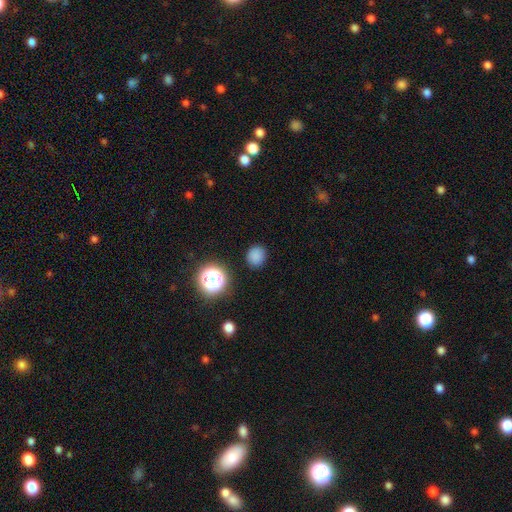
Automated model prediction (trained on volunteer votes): smooth_or_featured: smooth (p=0.80) [alt: star or artifact p=0.16]
how_rounded: round (p=0.83) [alt: in between p=0.16]
merging: none (p=0.87) [alt: minor disturbance p=0.08]